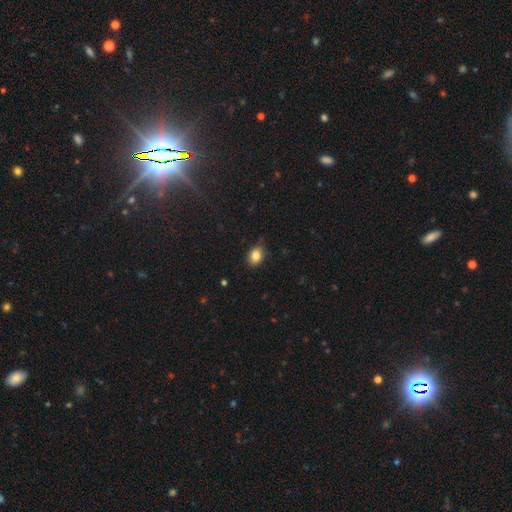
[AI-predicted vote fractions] A smooth galaxy with no disk features (84%) that is in between round and cigar-shaped (71%).

Vote fractions:
- Smooth or featured? smooth: 84% / star or artifact: 9% / featured or disk: 7%
- How rounded? in between: 71% / round: 28% / cigar-shaped: 1%
- Merging? none: 80% / minor disturbance: 16% / major disturbance: 3% / merger: 1%